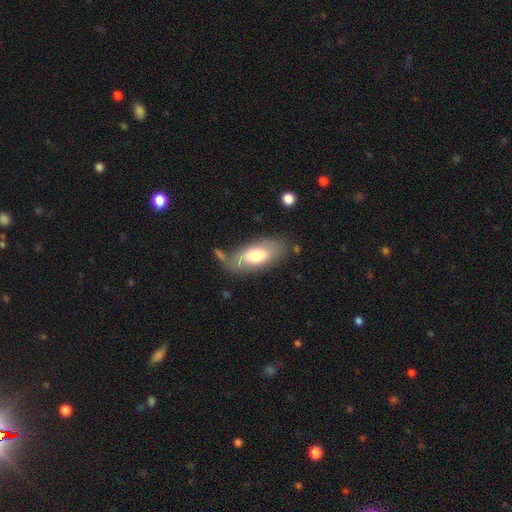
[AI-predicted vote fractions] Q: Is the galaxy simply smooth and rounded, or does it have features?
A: smooth — 68%.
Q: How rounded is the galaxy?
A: in between — 86%.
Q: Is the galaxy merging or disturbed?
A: none — 64%.